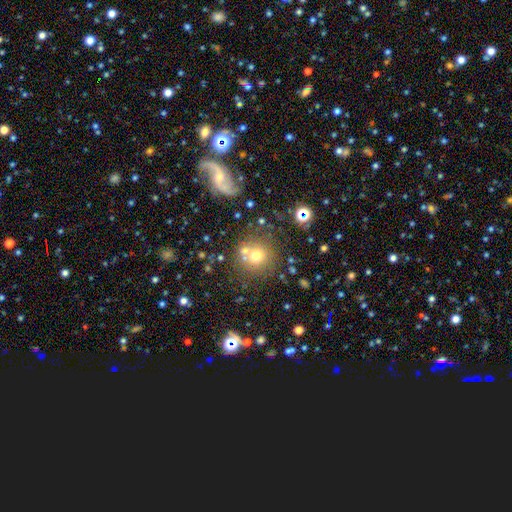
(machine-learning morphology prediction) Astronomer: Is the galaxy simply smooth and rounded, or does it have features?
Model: smooth — 66%.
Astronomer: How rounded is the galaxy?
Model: round — 91%.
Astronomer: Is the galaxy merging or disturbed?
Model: none — 66%.